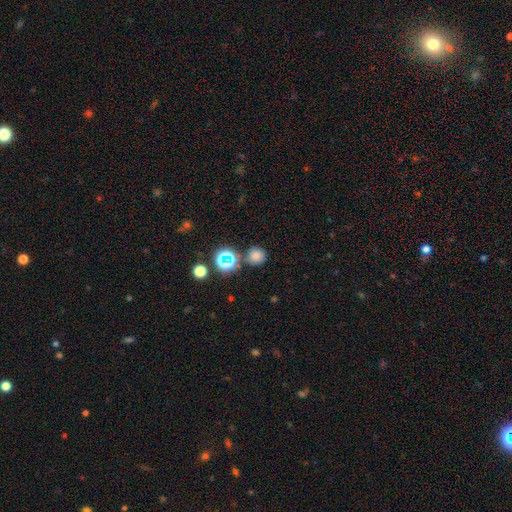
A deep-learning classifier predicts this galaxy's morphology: smooth 73%, star or artifact 21%, featured or disk 6%. Down the decision tree: how rounded — round (92%); merging — none (77%).